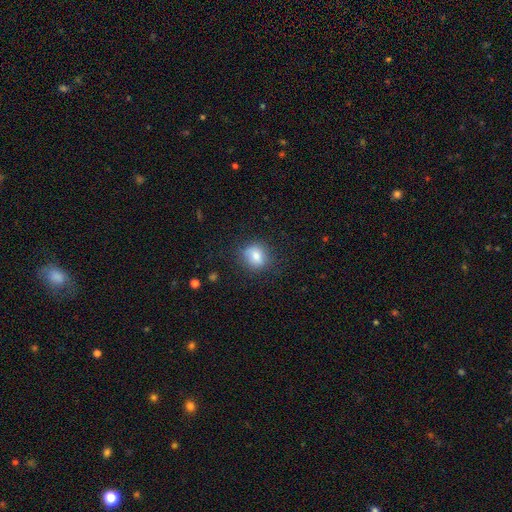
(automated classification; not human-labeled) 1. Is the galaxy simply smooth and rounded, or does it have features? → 80% smooth, 10% featured or disk, 9% star or artifact.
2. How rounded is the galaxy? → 67% round, 32% in between, 1% cigar-shaped.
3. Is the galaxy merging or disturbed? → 77% none, 17% minor disturbance, 5% major disturbance, 1% merger.